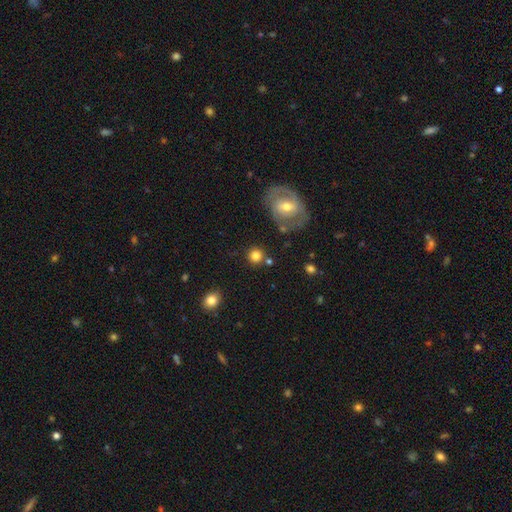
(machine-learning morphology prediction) Smooth or featured? smooth (80%)
How rounded? round (92%)
Merging? none (80%)